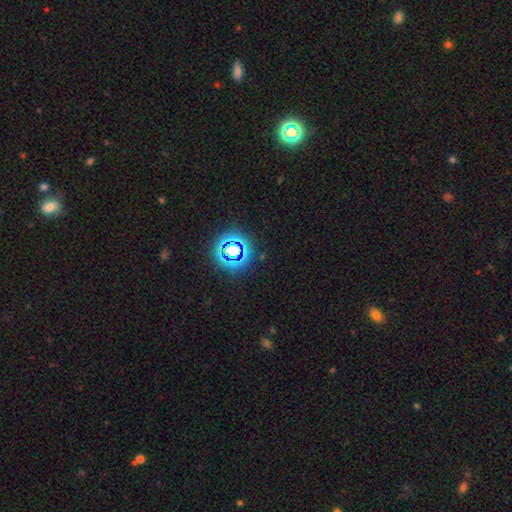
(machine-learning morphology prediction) Smooth or featured: star or artifact — 74% (smooth — 20%)